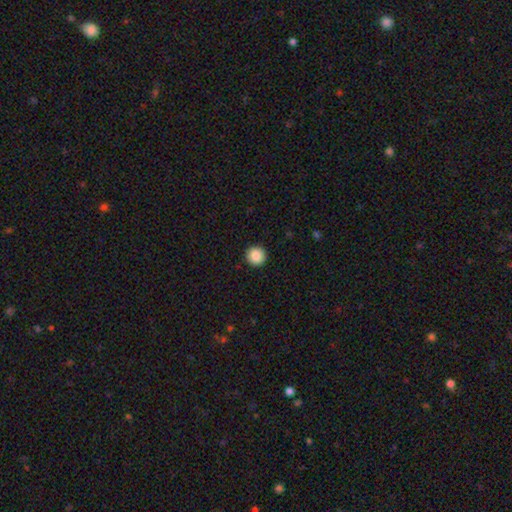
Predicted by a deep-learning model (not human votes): Smooth or featured? Predicted: smooth (p=0.88). How rounded? Predicted: round (p=0.95). Merging? Predicted: none (p=0.93).